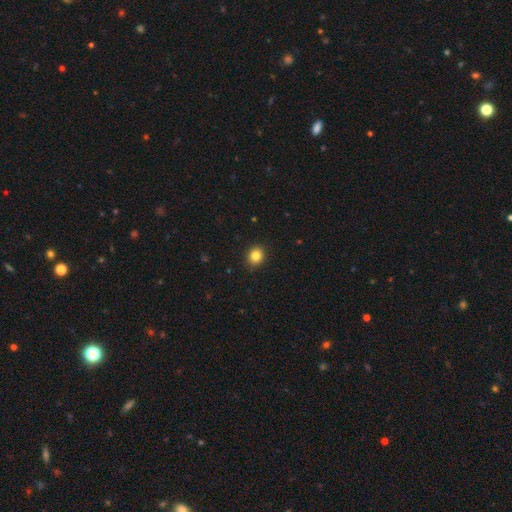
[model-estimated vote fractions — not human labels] A smooth galaxy with no disk features (84%) that is round (71%). Merging: none (91%).